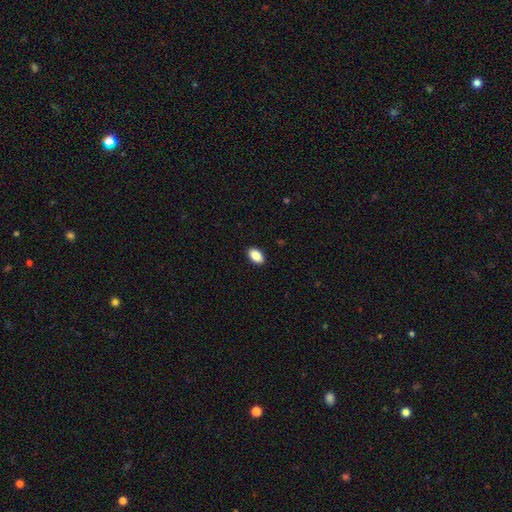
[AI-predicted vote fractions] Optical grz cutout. It shows a smooth galaxy with no disk features (87%) that is in between round and cigar-shaped (92%). Merging: none (91%).